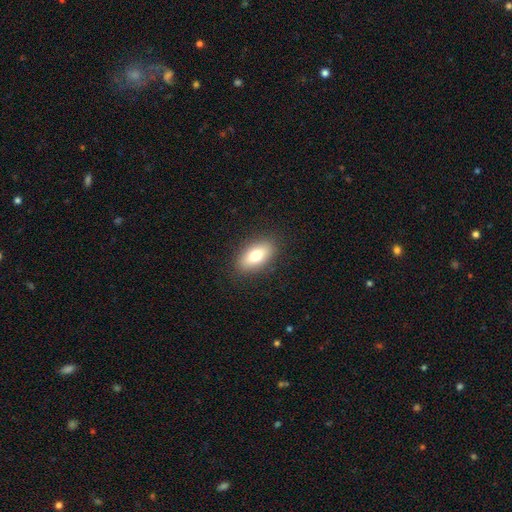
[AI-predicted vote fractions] Morphology: type=smooth (76%); roundness=in between (89%); merging=none (88%).